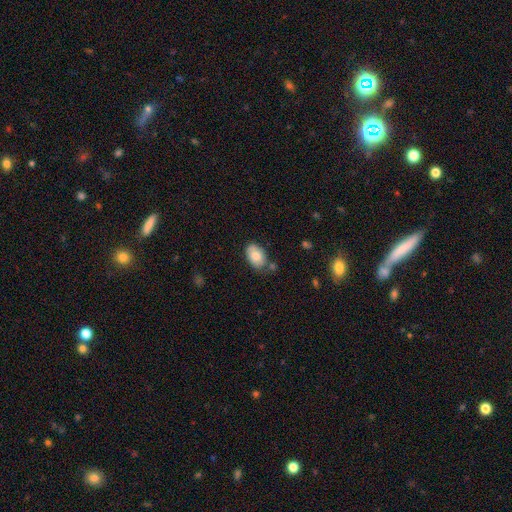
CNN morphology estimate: Smooth or featured? Predicted: smooth (p=0.79). How rounded? Predicted: in between (p=0.89). Merging? Predicted: none (p=0.69).